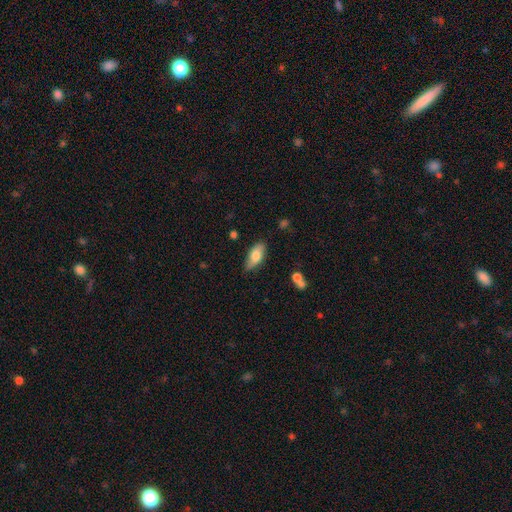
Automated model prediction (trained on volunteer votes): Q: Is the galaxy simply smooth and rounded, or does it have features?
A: smooth — 73%.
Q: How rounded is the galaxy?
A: in between — 84%.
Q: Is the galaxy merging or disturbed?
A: none — 76%.